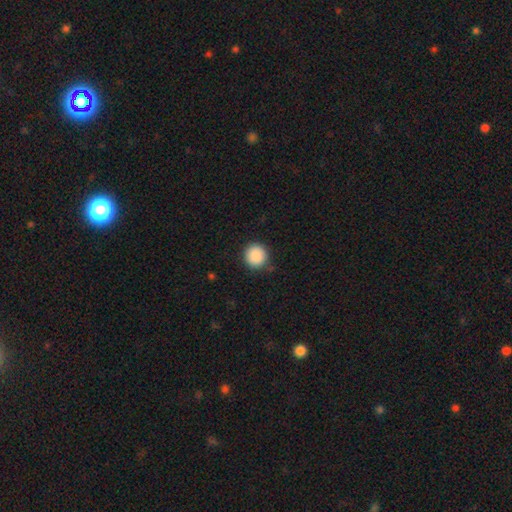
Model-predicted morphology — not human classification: This appears to be a smooth galaxy with no disk features (89%) that is round (94%). Merging: none (89%).